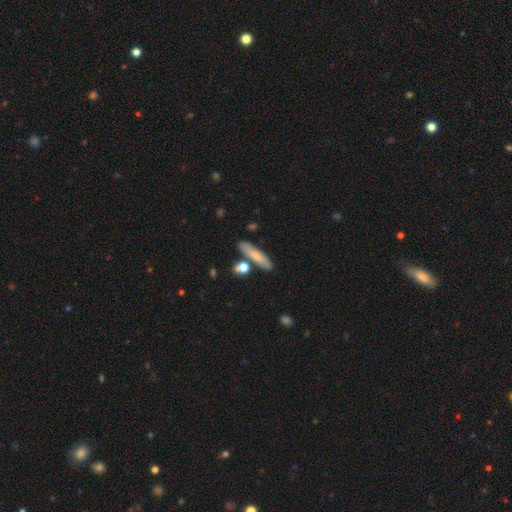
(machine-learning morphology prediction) Smooth or featured: smooth — 72% (featured or disk — 22%)
How rounded: cigar-shaped — 78% (in between — 19%)
Merging: none — 78% (minor disturbance — 11%)